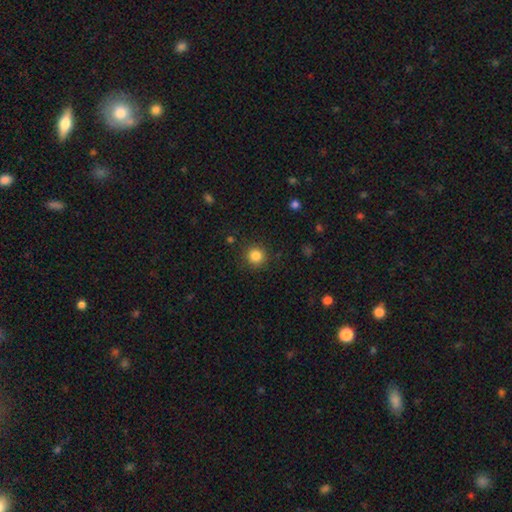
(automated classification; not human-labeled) smooth-or-featured: smooth: 84% | star or artifact: 11% | featured or disk: 4%
  how-rounded: round: 94% | in between: 5% | cigar-shaped: 1%
  merging: none: 89% | minor disturbance: 7% | major disturbance: 3% | merger: 1%